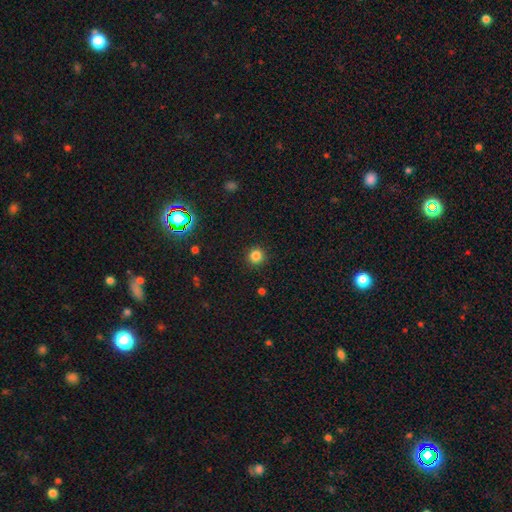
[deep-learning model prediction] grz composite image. It shows a smooth galaxy with no disk features (82%) that is round (94%). Merging: none (91%).